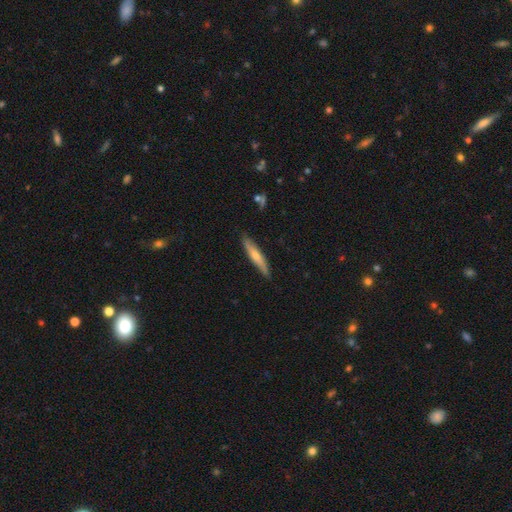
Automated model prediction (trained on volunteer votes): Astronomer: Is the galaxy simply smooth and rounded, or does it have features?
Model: smooth — 59% (runner-up: featured or disk, 36%).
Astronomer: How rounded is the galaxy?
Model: cigar-shaped — 89%.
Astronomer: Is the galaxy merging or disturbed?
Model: none — 84%.